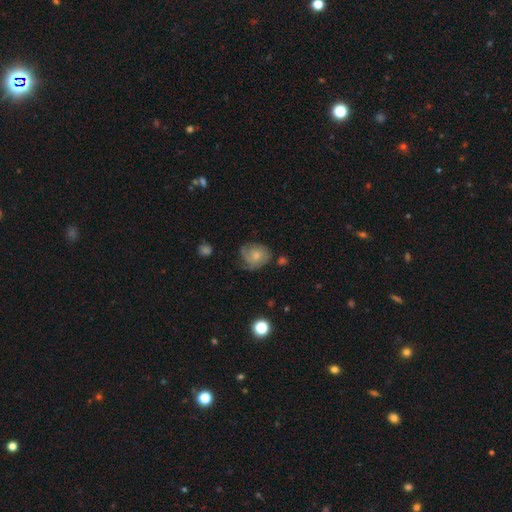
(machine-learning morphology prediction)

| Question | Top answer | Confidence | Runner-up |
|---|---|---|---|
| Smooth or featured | smooth | 49% | featured or disk (43%) |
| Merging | none | 48% | minor disturbance (31%) |